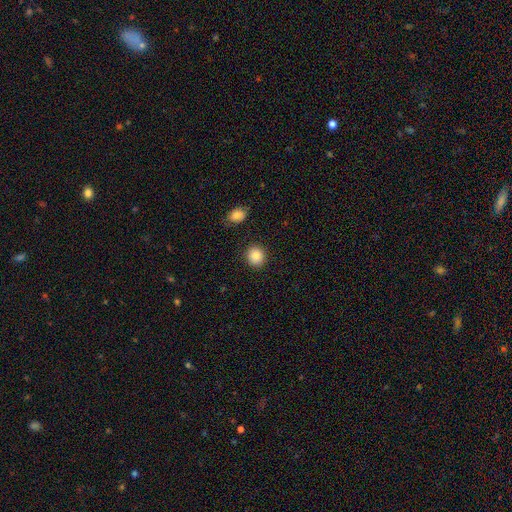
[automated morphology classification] A smooth galaxy with no disk features (86%) that is round (87%).

Vote fractions:
- Smooth or featured? smooth: 86% / star or artifact: 9% / featured or disk: 4%
- How rounded? round: 87% / in between: 12% / cigar-shaped: 1%
- Merging? none: 90% / minor disturbance: 6% / major disturbance: 2% / merger: 2%